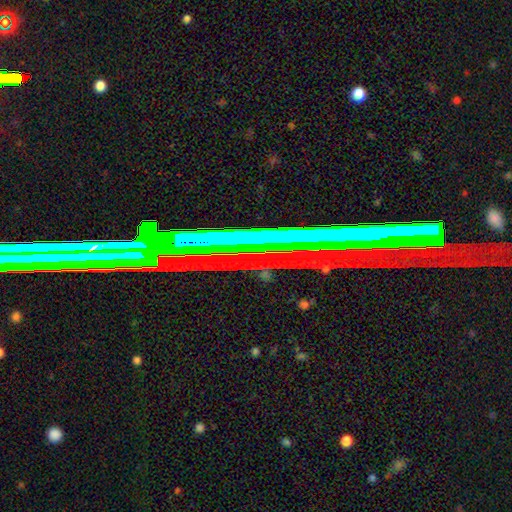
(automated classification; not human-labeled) A star or artifact, not a galaxy (61%).